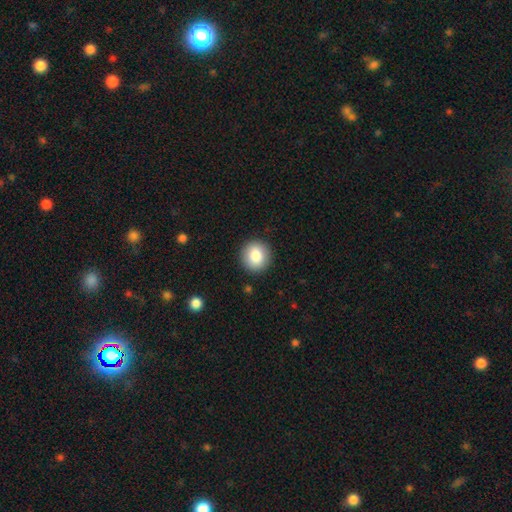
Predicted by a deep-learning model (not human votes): This is clearly a smooth galaxy (84%). How rounded: clearly round (92%). Merging: clearly none (92%).